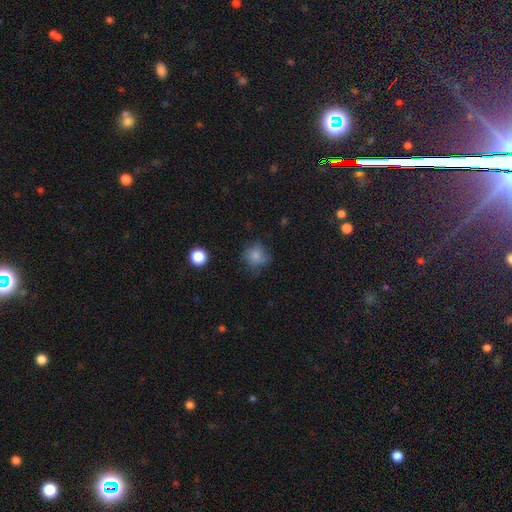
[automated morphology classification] Smooth or featured? smooth (79%)
How rounded? round (84%)
Merging? none (65%)